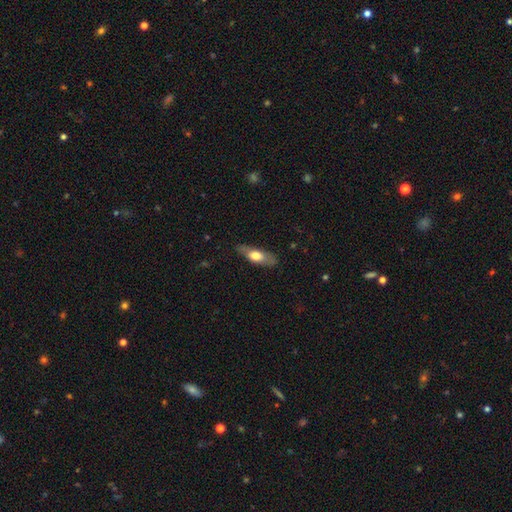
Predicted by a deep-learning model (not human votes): This is possibly a smooth galaxy (58%). How rounded: possibly in between (54%). Merging: likely none (79%).